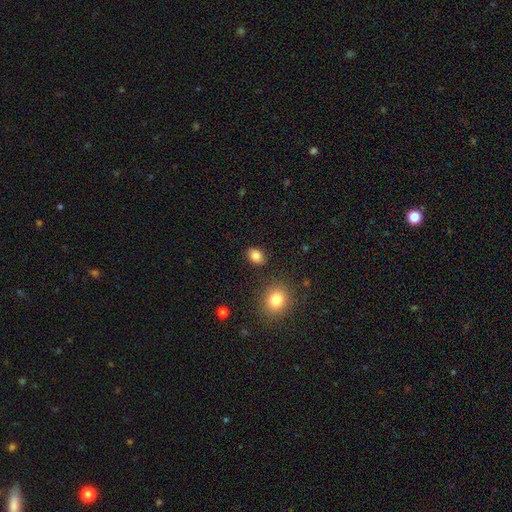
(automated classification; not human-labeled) A smooth galaxy with no disk features (84%) that is in between round and cigar-shaped (73%).

Vote fractions:
- Smooth or featured? smooth: 84% / star or artifact: 10% / featured or disk: 6%
- How rounded? in between: 73% / round: 26% / cigar-shaped: 1%
- Merging? none: 86% / minor disturbance: 9% / major disturbance: 3% / merger: 2%